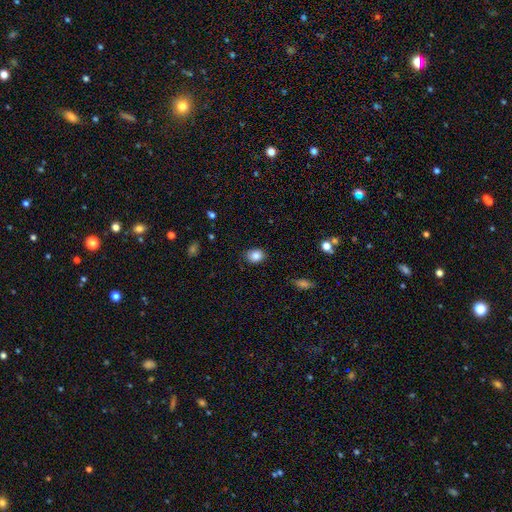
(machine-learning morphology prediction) The model was most divided on "how rounded": in between: 55%, round: 44%, cigar-shaped: 1%. More confident: merging — none (87%); smooth or featured — smooth (84%).